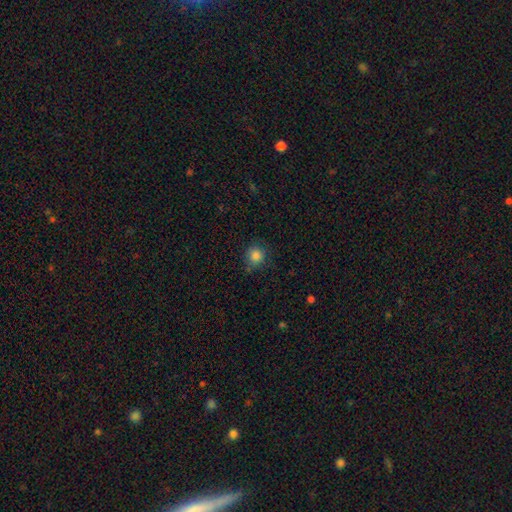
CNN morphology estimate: A smooth galaxy with no disk features (84%) that is round (90%).

Vote fractions:
- Smooth or featured? smooth: 84% / star or artifact: 11% / featured or disk: 5%
- How rounded? round: 90% / in between: 9% / cigar-shaped: 1%
- Merging? none: 79% / minor disturbance: 15% / major disturbance: 4% / merger: 2%